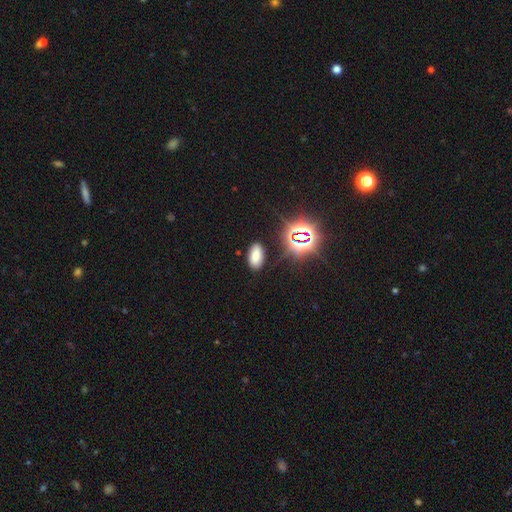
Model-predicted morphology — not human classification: This appears to be a smooth galaxy with no disk features (68%) that is in between round and cigar-shaped (92%). Merging: none (84%).